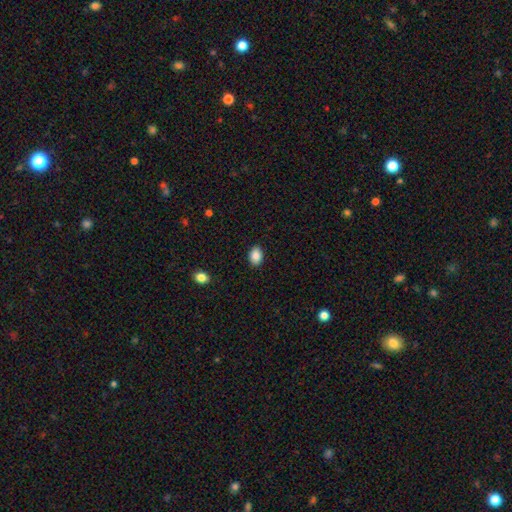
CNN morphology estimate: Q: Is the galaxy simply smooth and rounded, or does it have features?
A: smooth — 87%.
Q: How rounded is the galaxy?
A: in between — 76%.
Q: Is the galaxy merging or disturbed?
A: none — 89%.